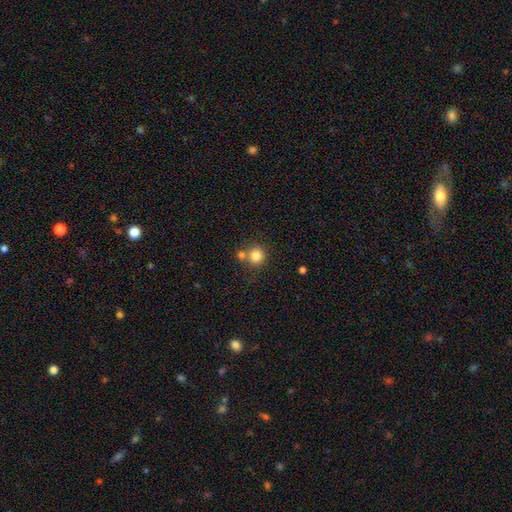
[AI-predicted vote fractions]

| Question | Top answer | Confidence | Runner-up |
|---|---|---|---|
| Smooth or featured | smooth | 83% | star or artifact (11%) |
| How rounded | round | 91% | in between (8%) |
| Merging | none | 63% | merger (25%) |